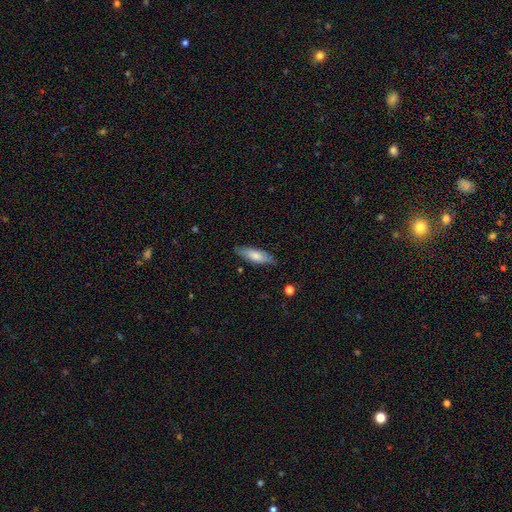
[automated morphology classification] Smooth or featured? smooth (71%)
How rounded? cigar-shaped (50%)
Merging? none (83%)